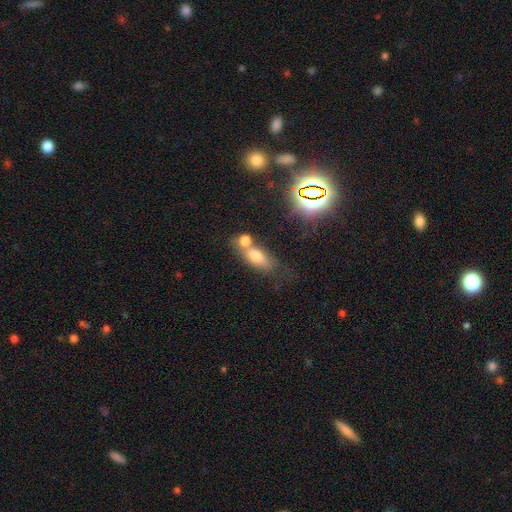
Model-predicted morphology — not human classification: Smooth or featured?
  - smooth: 68% *
  - star or artifact: 16%
  - featured or disk: 16%
How rounded?
  - in between: 73% *
  - cigar-shaped: 14%
  - round: 13%
Merging?
  - merger: 44% *
  - none: 37%
  - minor disturbance: 12%
  - major disturbance: 7%